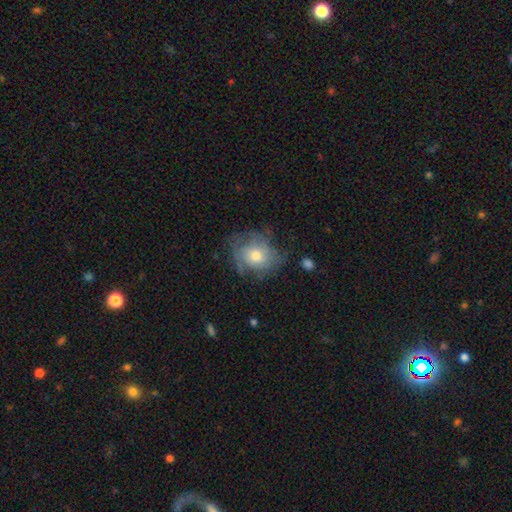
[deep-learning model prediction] A smooth galaxy with no disk features (51%) that is round (60%).

Vote fractions:
- Smooth or featured? smooth: 51% / featured or disk: 40% / star or artifact: 9%
- How rounded? round: 60% / in between: 39% / cigar-shaped: 1%
- Merging? none: 55% / minor disturbance: 28% / major disturbance: 16% / merger: 2%